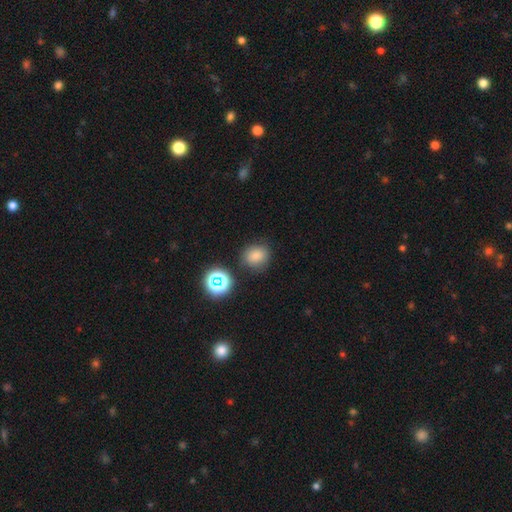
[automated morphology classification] Overall: smooth (74%). How rounded: round (78%). Merging: none (79%).